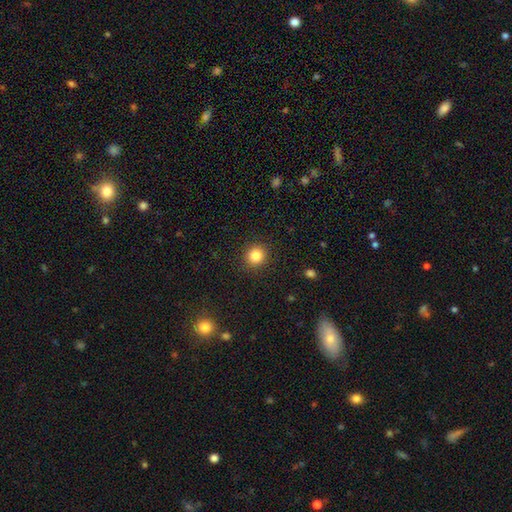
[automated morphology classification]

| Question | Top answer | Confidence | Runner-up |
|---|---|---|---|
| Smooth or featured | smooth | 84% | star or artifact (11%) |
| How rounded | round | 89% | in between (10%) |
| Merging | none | 91% | minor disturbance (6%) |